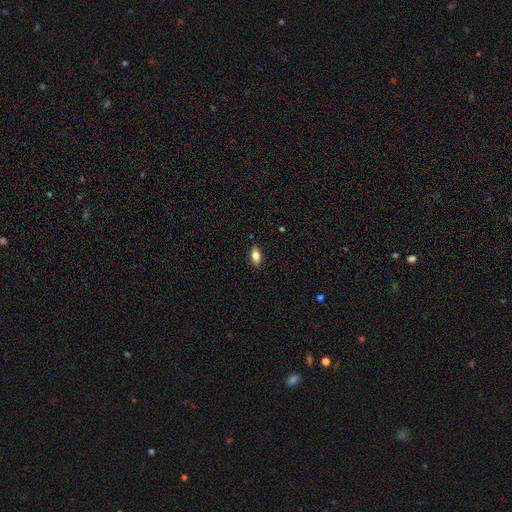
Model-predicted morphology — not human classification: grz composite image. It shows a smooth galaxy with no disk features (79%) that is in between round and cigar-shaped (87%). Merging: none (88%).